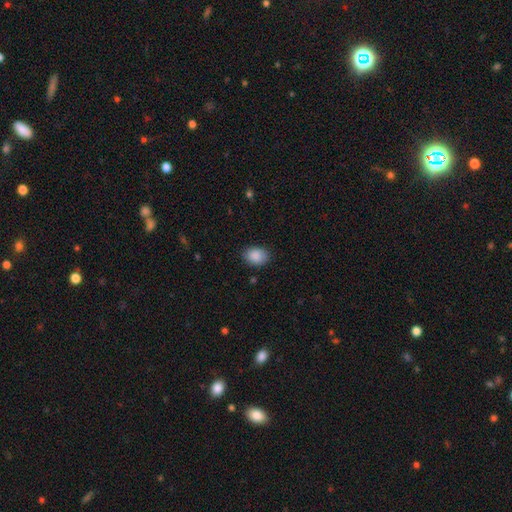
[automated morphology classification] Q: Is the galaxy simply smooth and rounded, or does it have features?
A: smooth — 89%.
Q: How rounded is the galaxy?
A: in between — 70%.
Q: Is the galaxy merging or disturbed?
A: none — 83%.